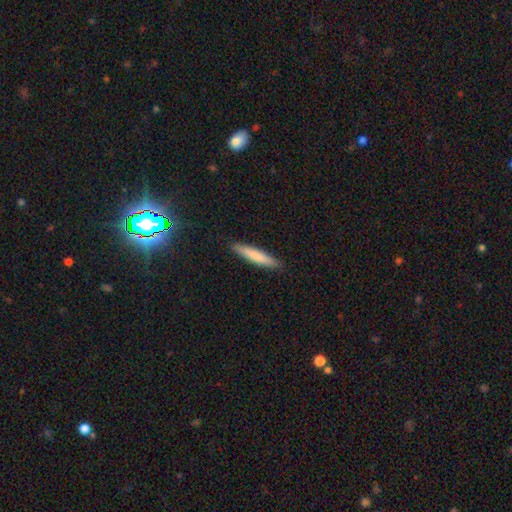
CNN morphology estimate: Smooth or featured?
  - smooth: 78% *
  - featured or disk: 16%
  - star or artifact: 6%
How rounded?
  - cigar-shaped: 92% *
  - in between: 7%
  - round: 1%
Merging?
  - none: 90% *
  - minor disturbance: 7%
  - major disturbance: 2%
  - merger: 1%